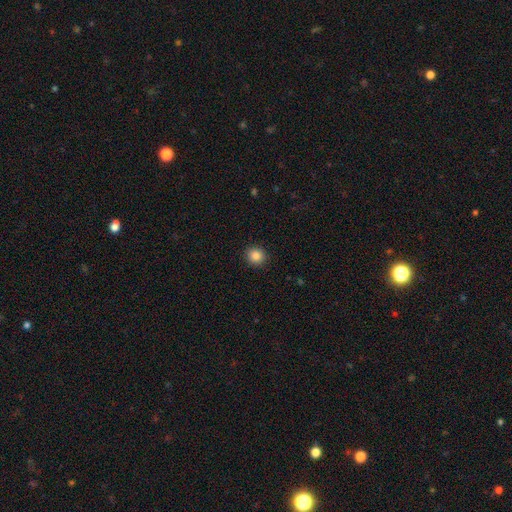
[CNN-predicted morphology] A smooth galaxy with no disk features (85%) that is round (90%). Merging: none (92%).